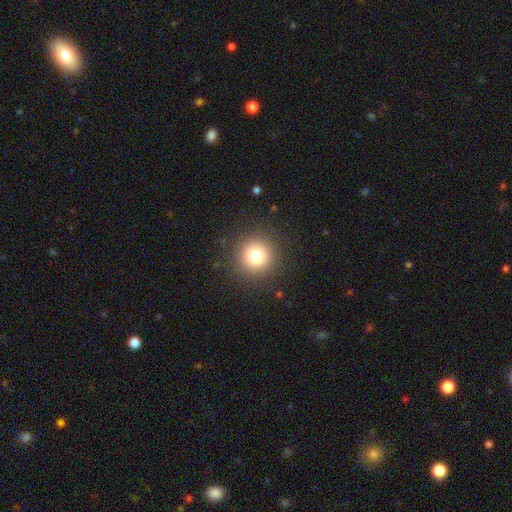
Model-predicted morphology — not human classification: Smooth or featured? Predicted: smooth (p=0.78). How rounded? Predicted: round (p=0.96). Merging? Predicted: none (p=0.90).